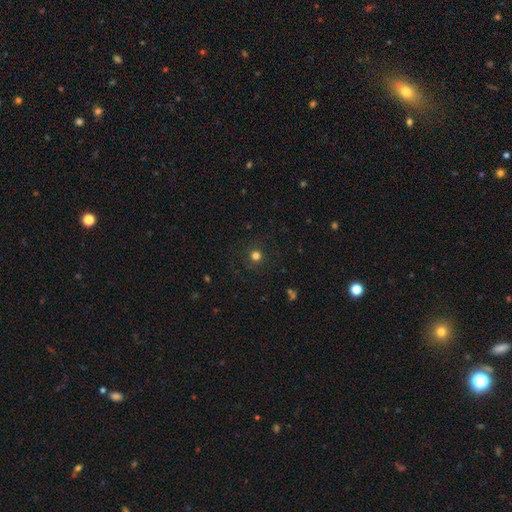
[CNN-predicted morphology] Overall: smooth (77%). How rounded: round (95%). Merging: none (90%).